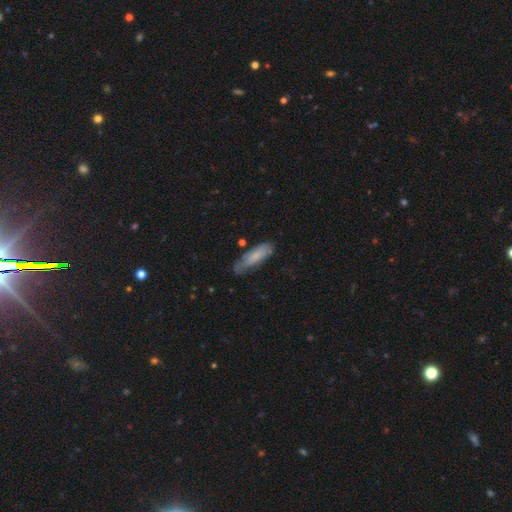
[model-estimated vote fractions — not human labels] Smooth or featured? smooth (67%)
How rounded? cigar-shaped (54%)
Merging? none (61%)